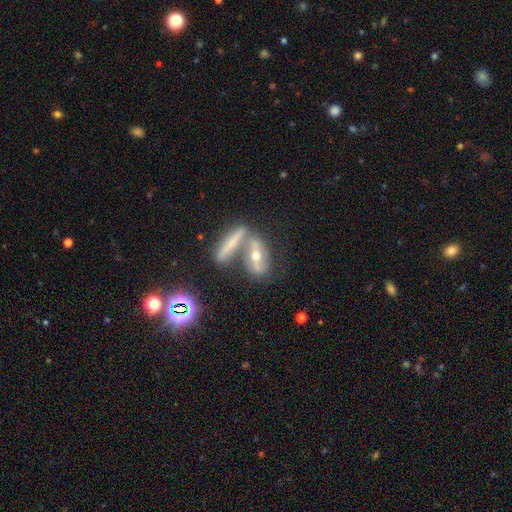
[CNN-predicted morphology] Q: Smooth or featured?
A: featured or disk (52%); runner-up: smooth (33%)
Q: Edge-on disk?
A: no (59%); runner-up: yes (41%)
Q: Merging?
A: merger (43%); runner-up: none (40%)